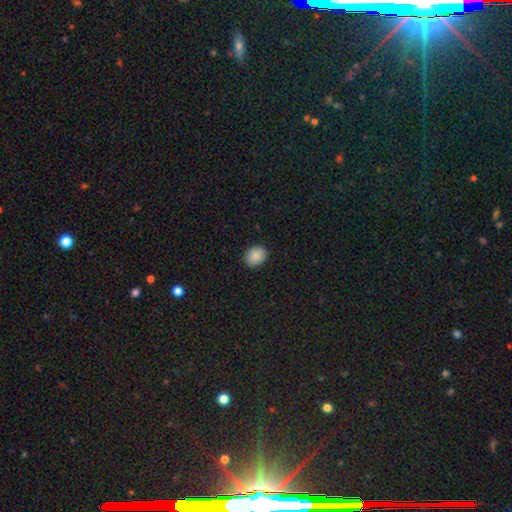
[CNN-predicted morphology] type=smooth (88%); roundness=in between (51%); merging=none (89%).